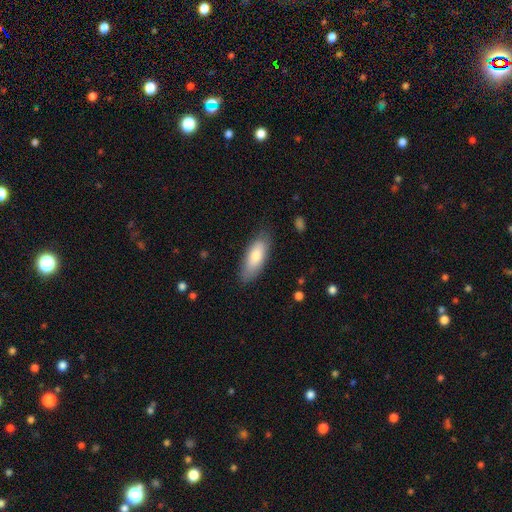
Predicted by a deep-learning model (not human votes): Overall: smooth (76%). How rounded: in between (72%). Merging: none (81%).